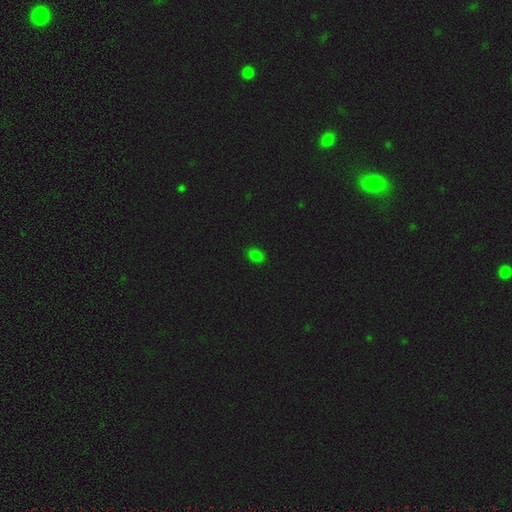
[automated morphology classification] A smooth galaxy with no disk features (79%) that is in between round and cigar-shaped (82%).

Vote fractions:
- Smooth or featured? smooth: 79% / star or artifact: 18% / featured or disk: 3%
- How rounded? in between: 82% / round: 16% / cigar-shaped: 2%
- Merging? none: 87% / minor disturbance: 9% / major disturbance: 2% / merger: 1%